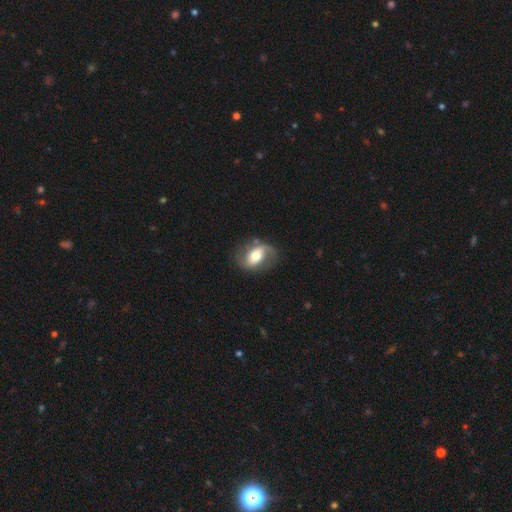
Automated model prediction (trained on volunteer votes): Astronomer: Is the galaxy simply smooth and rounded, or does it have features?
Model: featured or disk — 68%.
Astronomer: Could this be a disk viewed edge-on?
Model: no — 96%.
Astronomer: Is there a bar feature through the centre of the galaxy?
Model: weak — 35%, tied with no at 35%.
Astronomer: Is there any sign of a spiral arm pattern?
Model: yes — 84%.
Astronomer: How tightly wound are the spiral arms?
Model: loose — 47% (runner-up: medium, 38%).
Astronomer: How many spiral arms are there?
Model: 2 — 82%.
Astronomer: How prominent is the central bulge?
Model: moderate — 65%.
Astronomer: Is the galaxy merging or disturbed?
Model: none — 70%.